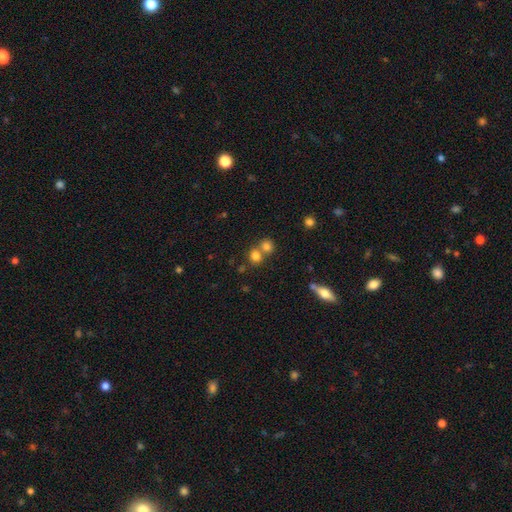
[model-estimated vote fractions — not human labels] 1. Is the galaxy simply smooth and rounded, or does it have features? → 77% smooth, 14% star or artifact, 9% featured or disk.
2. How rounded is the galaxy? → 75% round, 24% in between, 1% cigar-shaped.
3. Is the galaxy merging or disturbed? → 46% none, 44% merger, 7% minor disturbance, 3% major disturbance.